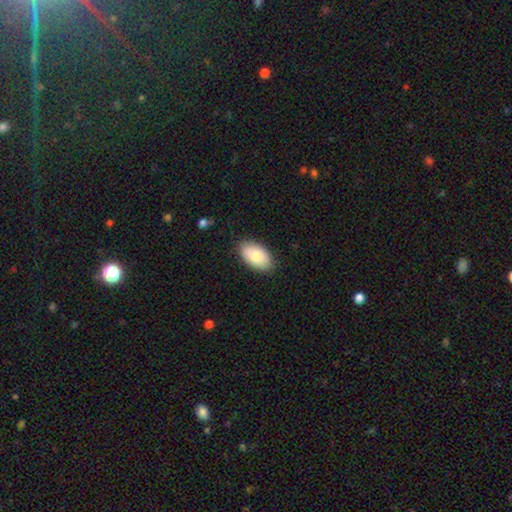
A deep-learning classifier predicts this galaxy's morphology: Smooth or featured: smooth — 81% (featured or disk — 13%)
How rounded: in between — 95% (round — 4%)
Merging: none — 86% (minor disturbance — 11%)